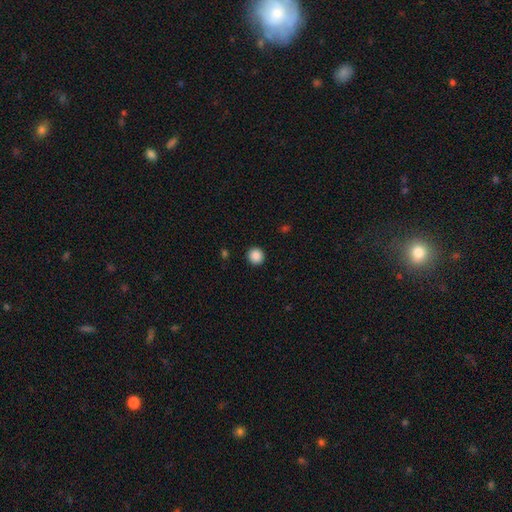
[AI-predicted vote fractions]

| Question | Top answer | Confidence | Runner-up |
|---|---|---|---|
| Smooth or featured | smooth | 88% | star or artifact (9%) |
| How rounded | round | 93% | in between (6%) |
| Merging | none | 93% | minor disturbance (5%) |